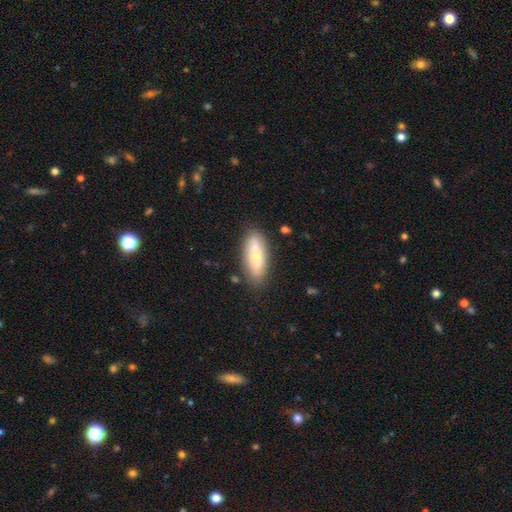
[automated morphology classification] Overall: smooth (59%; featured or disk 35%). How rounded: in between (63%; cigar-shaped 35%). Merging: none (81%).